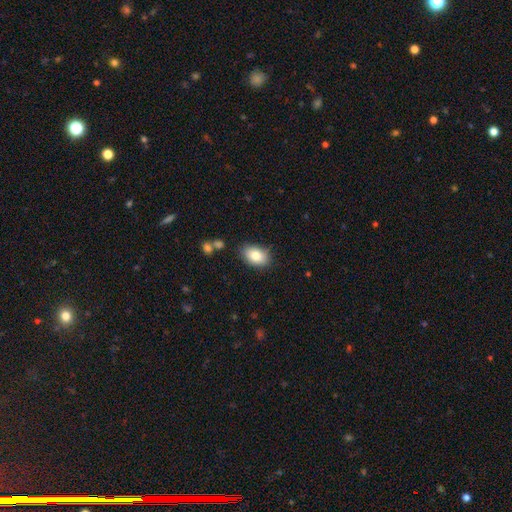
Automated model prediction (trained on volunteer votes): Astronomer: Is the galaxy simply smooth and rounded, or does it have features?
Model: smooth — 82%.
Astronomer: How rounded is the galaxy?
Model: in between — 87%.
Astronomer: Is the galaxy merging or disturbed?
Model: none — 83%.